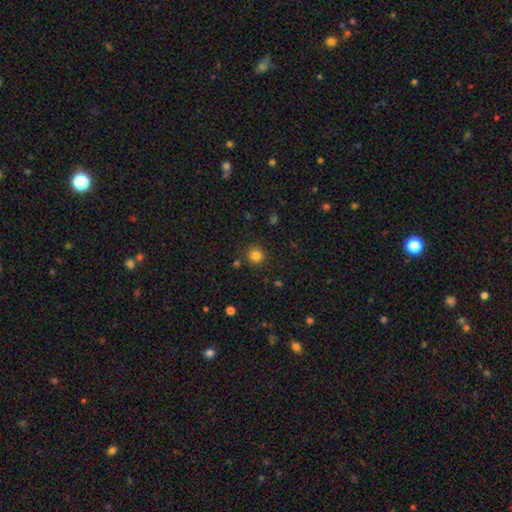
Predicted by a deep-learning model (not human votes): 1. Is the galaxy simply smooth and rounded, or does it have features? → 82% smooth, 13% star or artifact, 5% featured or disk.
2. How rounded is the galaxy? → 91% round, 8% in between, 1% cigar-shaped.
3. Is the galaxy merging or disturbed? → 87% none, 8% minor disturbance, 3% merger, 3% major disturbance.